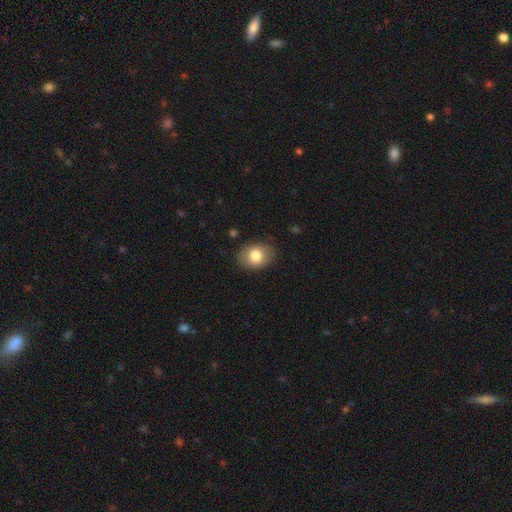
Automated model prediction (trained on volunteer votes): This appears to be a smooth galaxy with no disk features (80%) that is in between round and cigar-shaped (65%). Merging: none (84%).